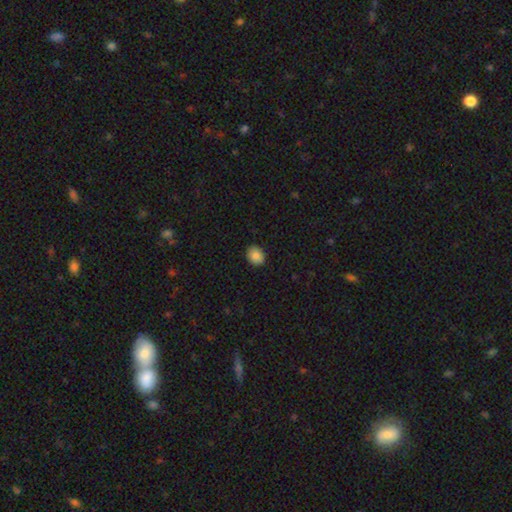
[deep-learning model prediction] smooth_or_featured: smooth (p=0.84) [alt: star or artifact p=0.09]
how_rounded: round (p=0.51) [alt: in between p=0.48]
merging: none (p=0.89) [alt: minor disturbance p=0.09]